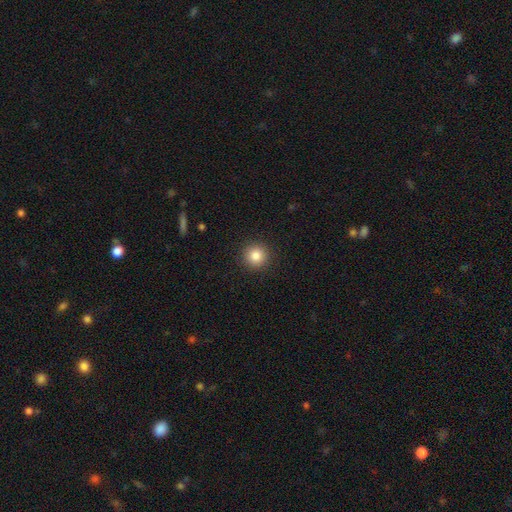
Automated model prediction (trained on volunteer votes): Q: Smooth or featured?
A: smooth (84%); runner-up: star or artifact (10%)
Q: How rounded?
A: round (95%); runner-up: in between (4%)
Q: Merging?
A: none (92%); runner-up: minor disturbance (5%)